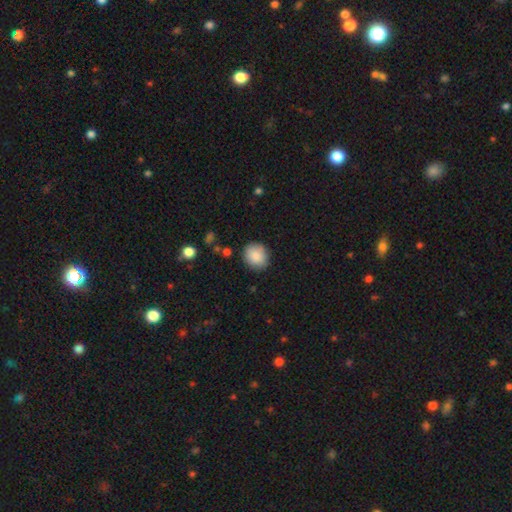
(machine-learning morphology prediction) This is clearly a smooth galaxy (88%). How rounded: likely round (78%). Merging: clearly none (84%).